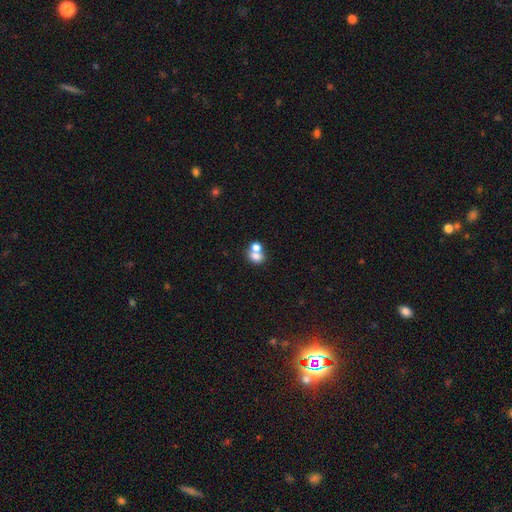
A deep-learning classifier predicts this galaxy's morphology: Q: Smooth or featured?
A: smooth (72%); runner-up: featured or disk (17%)
Q: How rounded?
A: round (53%); runner-up: in between (46%)
Q: Merging?
A: merger (60%); runner-up: none (30%)